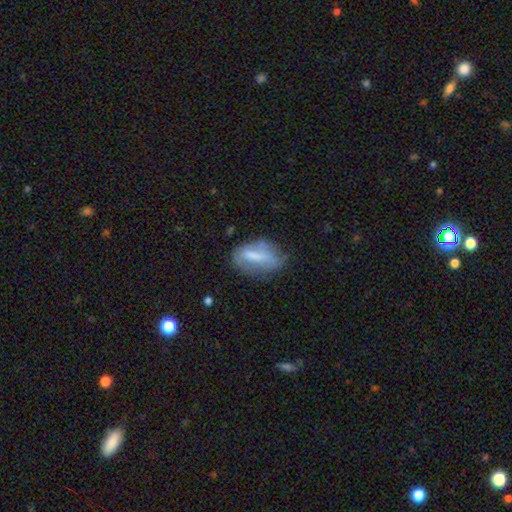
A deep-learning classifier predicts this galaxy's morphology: Smooth or featured: smooth — 57% (featured or disk — 35%)
How rounded: in between — 83% (cigar-shaped — 10%)
Merging: none — 49% (minor disturbance — 32%)